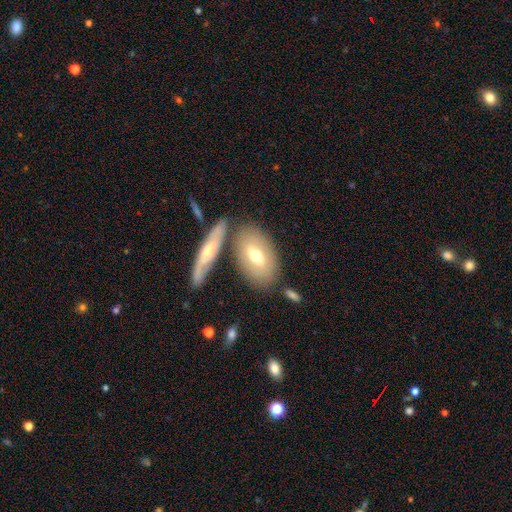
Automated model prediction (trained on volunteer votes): Smooth or featured?
  - smooth: 55% *
  - featured or disk: 39%
  - star or artifact: 6%
How rounded?
  - in between: 87% *
  - cigar-shaped: 7%
  - round: 6%
Merging?
  - none: 67% *
  - merger: 15%
  - minor disturbance: 14%
  - major disturbance: 4%